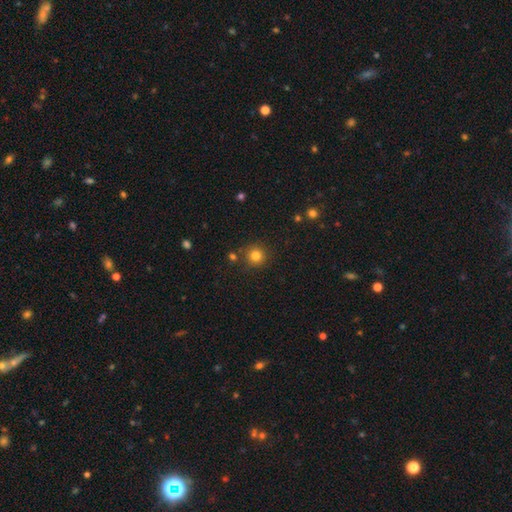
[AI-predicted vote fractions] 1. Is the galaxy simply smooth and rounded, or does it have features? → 81% smooth, 13% star or artifact, 6% featured or disk.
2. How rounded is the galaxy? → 94% round, 5% in between, 1% cigar-shaped.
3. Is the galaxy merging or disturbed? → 84% none, 8% minor disturbance, 5% merger, 3% major disturbance.